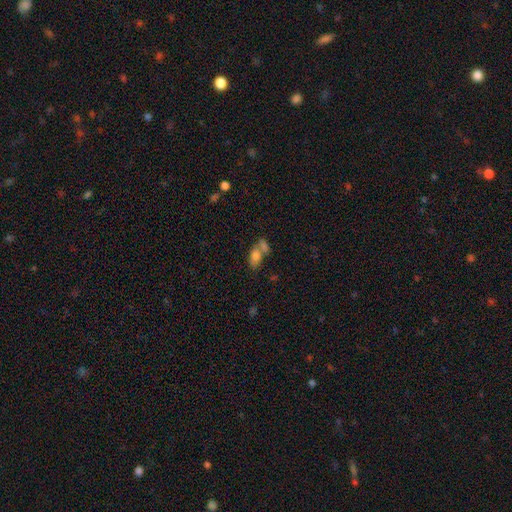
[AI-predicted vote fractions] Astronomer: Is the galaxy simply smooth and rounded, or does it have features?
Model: smooth — 79%.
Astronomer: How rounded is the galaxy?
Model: in between — 88%.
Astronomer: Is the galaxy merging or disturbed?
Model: merger — 53% (runner-up: none, 31%).